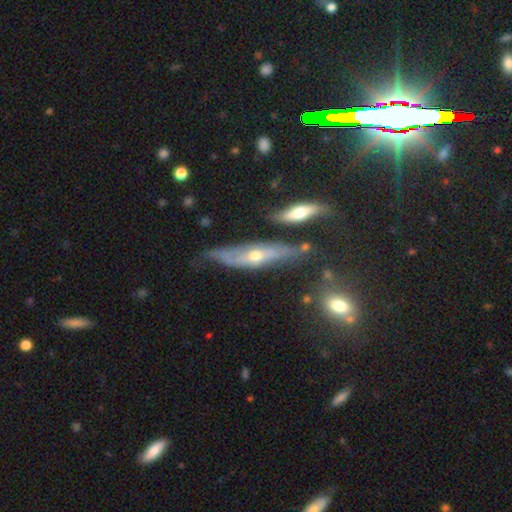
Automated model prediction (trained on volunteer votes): Smooth or featured? Predicted: featured or disk (p=0.61). Edge-on disk? Predicted: yes (p=0.57). Merging? Predicted: none (p=0.54).